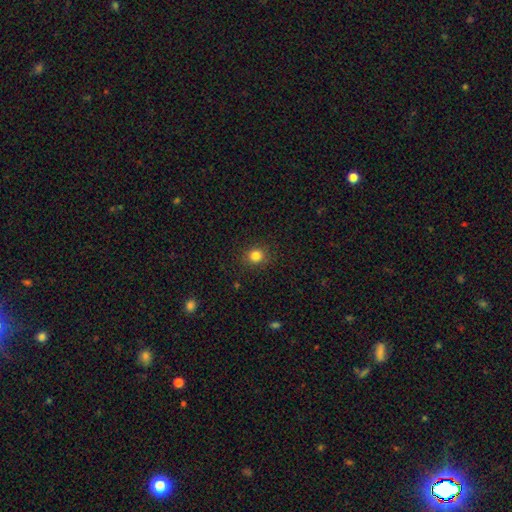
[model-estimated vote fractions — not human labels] Smooth or featured? Predicted: smooth (p=0.83). How rounded? Predicted: round (p=0.85). Merging? Predicted: none (p=0.88).